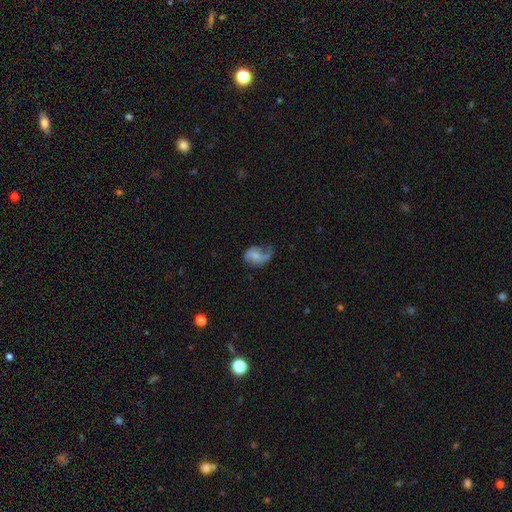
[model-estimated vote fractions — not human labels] Smooth or featured? Predicted: featured or disk (p=0.64). Edge-on disk? Predicted: no (p=0.97). Bar? Predicted: no (p=0.47). Spiral arms? Predicted: yes (p=0.88). Spiral winding? Predicted: loose (p=0.59). Spiral arm count? Predicted: 2 (p=0.61). Bulge size? Predicted: small (p=0.43). Merging? Predicted: none (p=0.43).